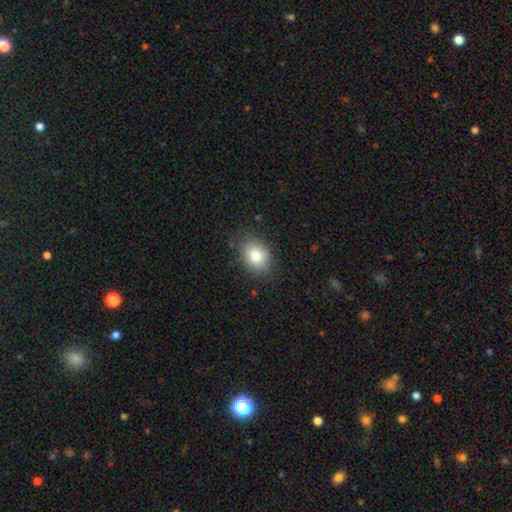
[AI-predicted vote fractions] Q: Smooth or featured?
A: smooth (82%); runner-up: featured or disk (9%)
Q: How rounded?
A: in between (57%); runner-up: round (42%)
Q: Merging?
A: none (80%); runner-up: minor disturbance (15%)